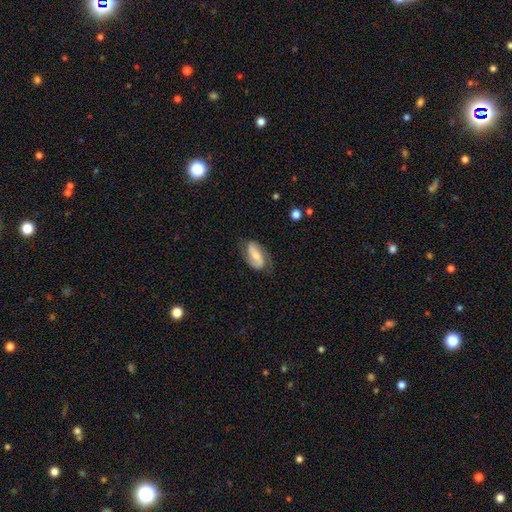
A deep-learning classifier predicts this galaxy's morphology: Smooth or featured? featured or disk (67%)
Edge-on disk? no (95%)
Bar? no (35%, tied with weak)
Spiral arms? yes (91%)
Spiral winding? medium (42%)
Spiral arm count? 2 (87%)
Bulge size? moderate (45%)
Merging? none (72%)